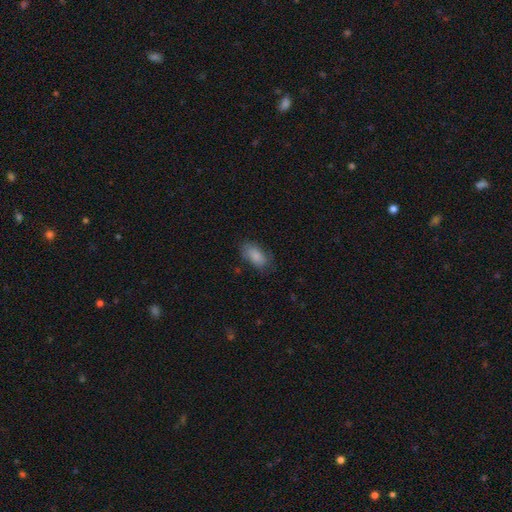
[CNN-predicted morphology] Q: Smooth or featured?
A: smooth (84%); runner-up: featured or disk (9%)
Q: How rounded?
A: in between (92%); runner-up: cigar-shaped (4%)
Q: Merging?
A: none (72%); runner-up: minor disturbance (21%)